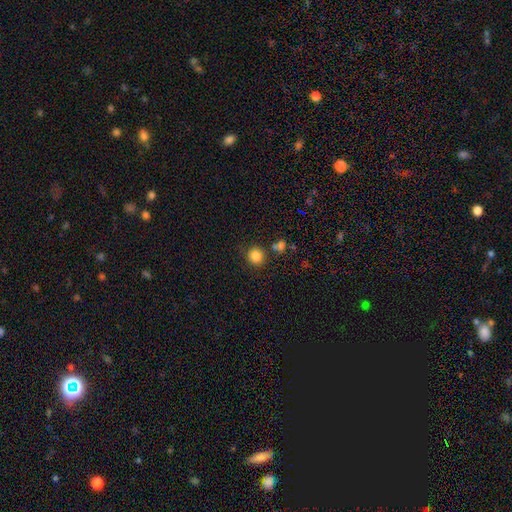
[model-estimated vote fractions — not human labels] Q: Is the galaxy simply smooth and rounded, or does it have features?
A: smooth — 84%.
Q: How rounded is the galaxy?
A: round — 91%.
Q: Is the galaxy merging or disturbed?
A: none — 80%.